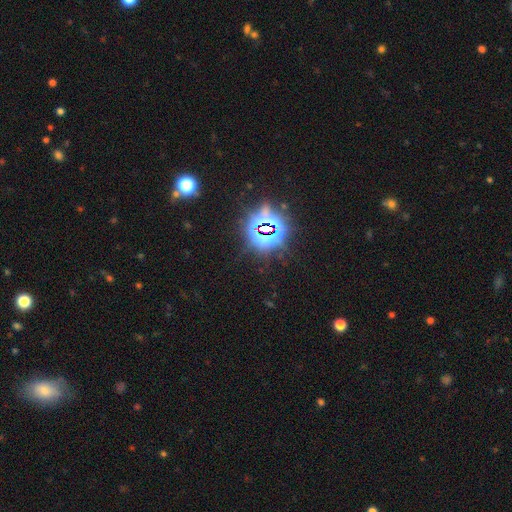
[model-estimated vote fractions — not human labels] Overall: star or artifact (84%).